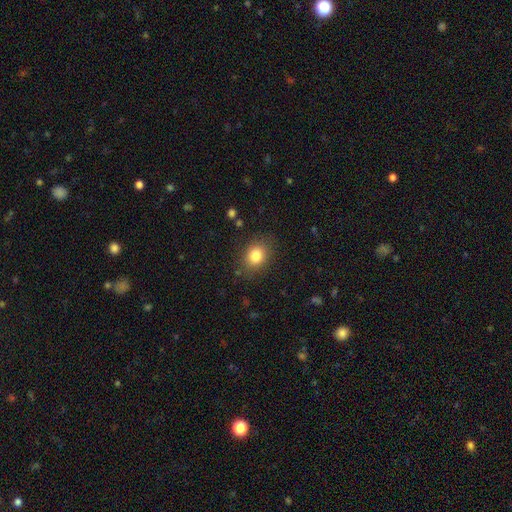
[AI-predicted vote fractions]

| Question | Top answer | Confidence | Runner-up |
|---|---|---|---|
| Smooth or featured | smooth | 82% | star or artifact (10%) |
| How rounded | in between | 52% | round (47%) |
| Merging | none | 84% | minor disturbance (11%) |